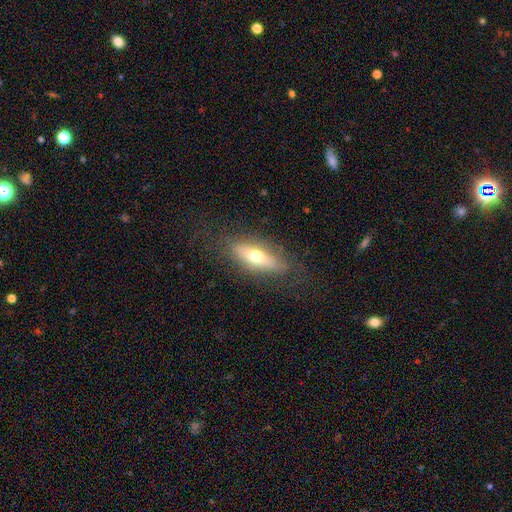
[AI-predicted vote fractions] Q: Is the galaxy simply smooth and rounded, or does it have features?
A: smooth — 57%.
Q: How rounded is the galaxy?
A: in between — 57%.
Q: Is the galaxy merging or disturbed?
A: none — 78%.